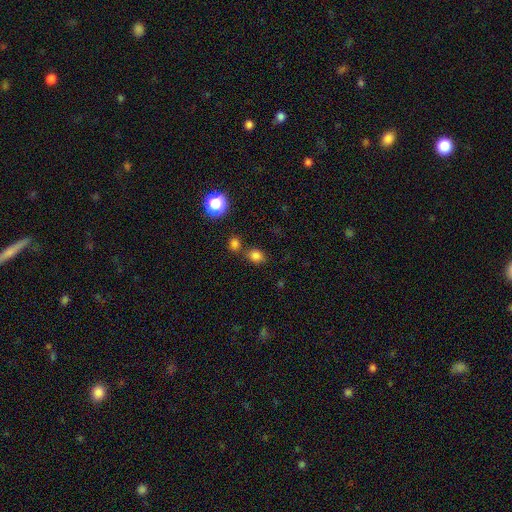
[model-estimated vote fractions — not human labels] A smooth galaxy with no disk features (78%) that is round (55%). Merging: none (66%).